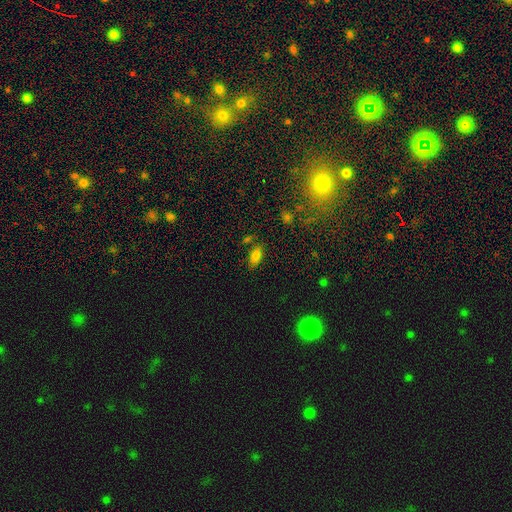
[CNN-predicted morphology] Overall: smooth (76%). How rounded: in between (88%). Merging: none (76%).